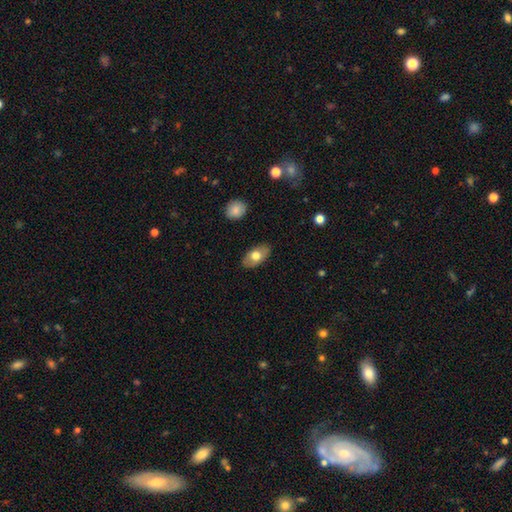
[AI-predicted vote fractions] Smooth or featured? Predicted: smooth (p=0.69). How rounded? Predicted: in between (p=0.93). Merging? Predicted: none (p=0.86).